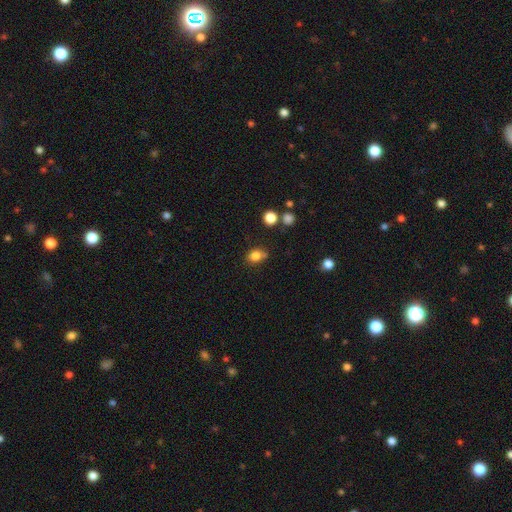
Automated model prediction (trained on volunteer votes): smooth_or_featured: smooth (p=0.81) [alt: star or artifact p=0.12]
how_rounded: round (p=0.51) [alt: in between p=0.48]
merging: none (p=0.64) [alt: minor disturbance p=0.19]